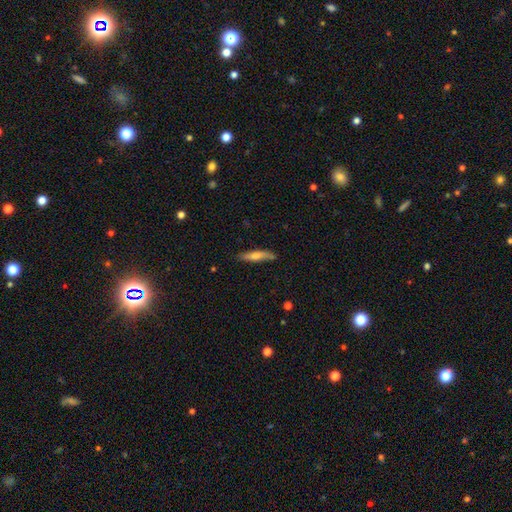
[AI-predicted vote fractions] A smooth galaxy with no disk features (48%).

Vote fractions:
- Smooth or featured? smooth: 48% / featured or disk: 45% / star or artifact: 7%
- Merging? none: 83% / minor disturbance: 13% / major disturbance: 2% / merger: 1%